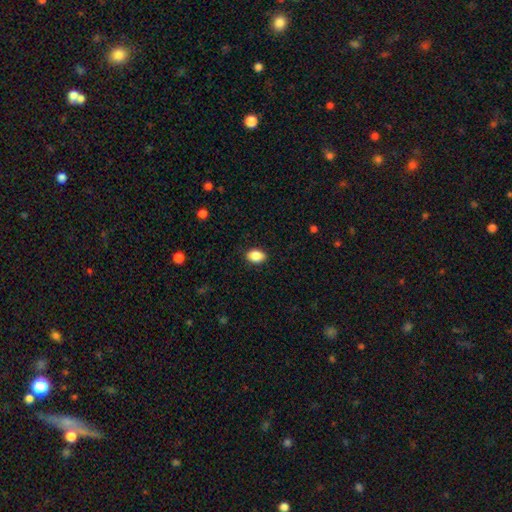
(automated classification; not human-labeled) Smooth or featured?
  - smooth: 89% *
  - star or artifact: 8%
  - featured or disk: 4%
How rounded?
  - in between: 78% *
  - round: 21%
  - cigar-shaped: 1%
Merging?
  - none: 88% *
  - minor disturbance: 9%
  - major disturbance: 2%
  - merger: 1%